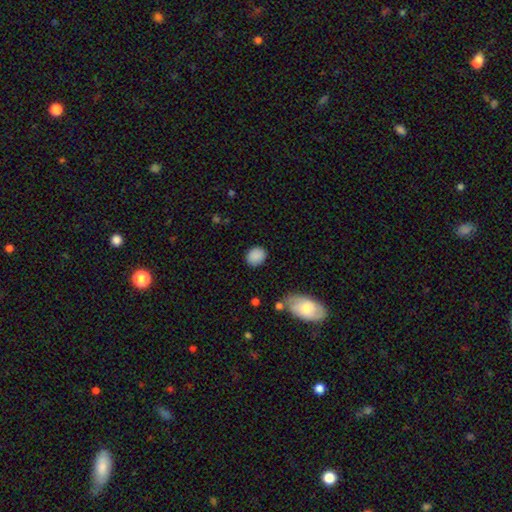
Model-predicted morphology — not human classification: type=smooth (88%); roundness=round (63%); merging=none (85%).